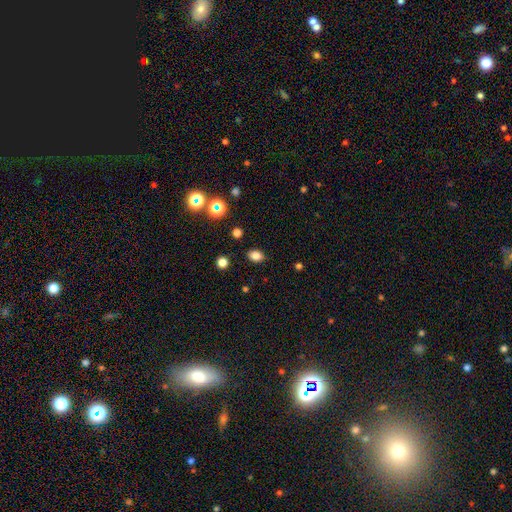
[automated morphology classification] This is clearly a smooth galaxy (81%). How rounded: likely in between (72%). Merging: clearly none (87%).